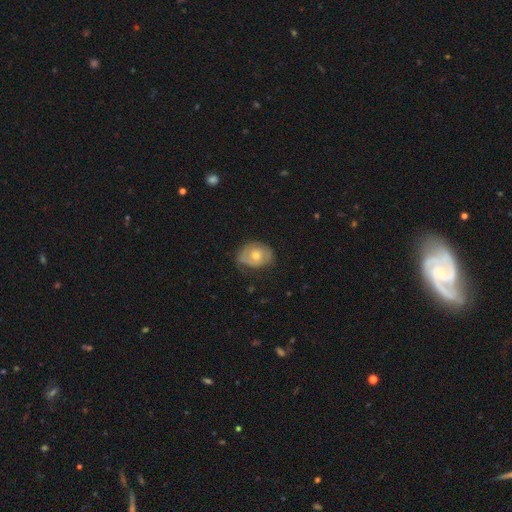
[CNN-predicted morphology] smooth-or-featured: smooth: 47% | featured or disk: 46% | star or artifact: 7%
  merging: none: 61% | minor disturbance: 28% | major disturbance: 9% | merger: 1%